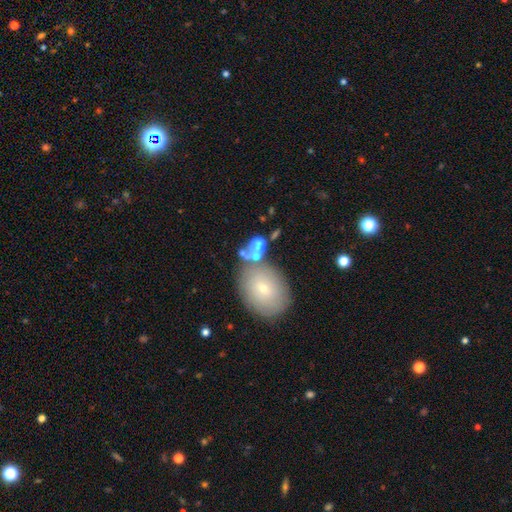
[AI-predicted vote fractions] smooth 56%, featured or disk 31%, star or artifact 13%. Down the decision tree: how rounded — in between (58%); merging — merger (41%).